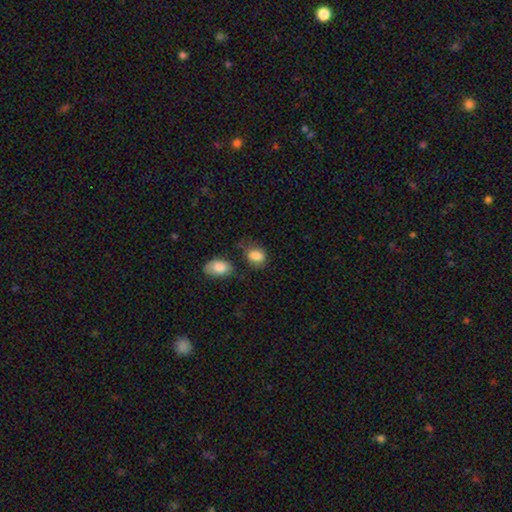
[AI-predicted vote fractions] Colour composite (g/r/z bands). It shows a smooth galaxy with no disk features (84%) that is in between round and cigar-shaped (72%). Merging: none (51%).